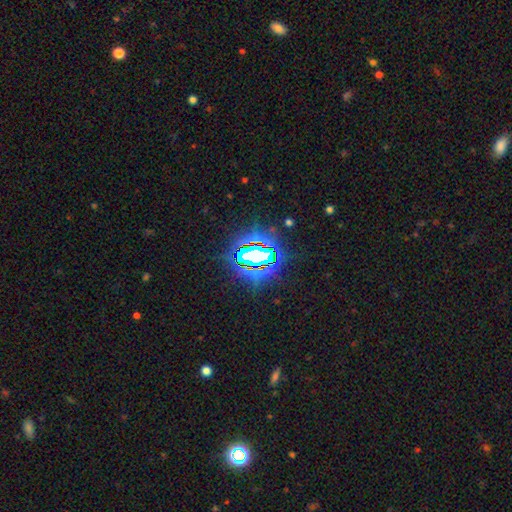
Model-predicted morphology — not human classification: Overall: star or artifact (83%).